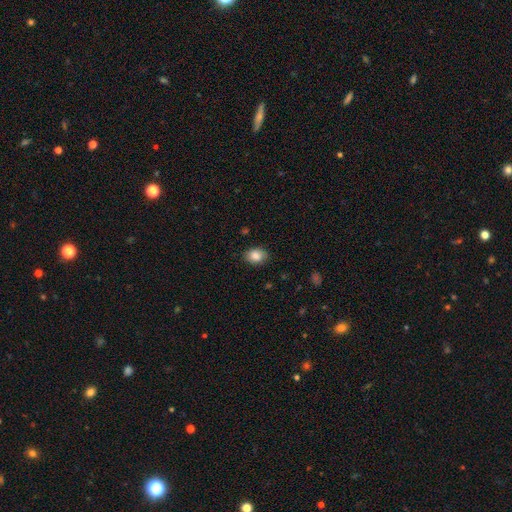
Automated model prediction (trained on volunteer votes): A smooth galaxy with no disk features (86%) that is in between round and cigar-shaped (70%).

Vote fractions:
- Smooth or featured? smooth: 86% / star or artifact: 8% / featured or disk: 6%
- How rounded? in between: 70% / round: 29% / cigar-shaped: 1%
- Merging? none: 85% / minor disturbance: 11% / major disturbance: 2% / merger: 1%